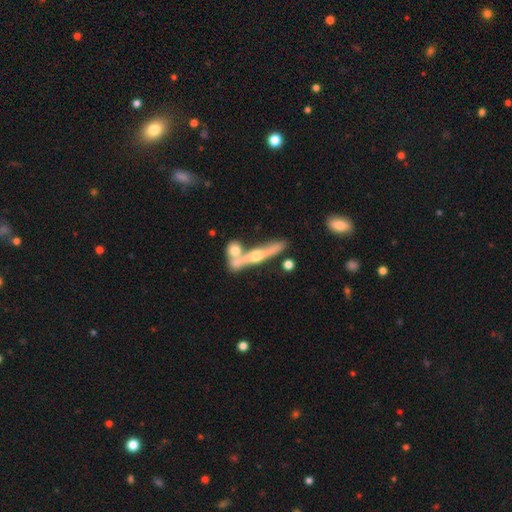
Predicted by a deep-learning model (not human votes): Overall: featured or disk (75%). Edge-on disk: yes (93%). Edge-on bulge: rounded (93%). Merging: none (55%; merger 30%).